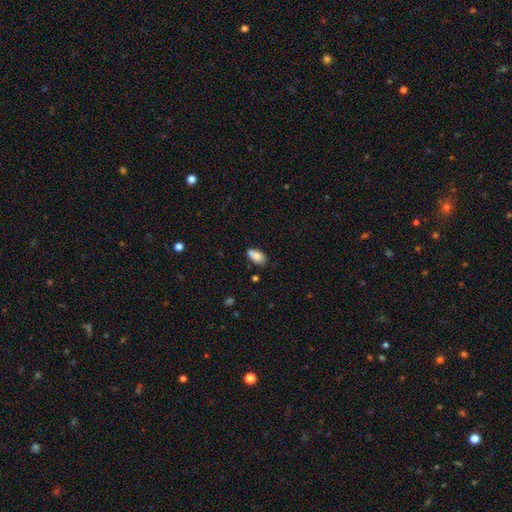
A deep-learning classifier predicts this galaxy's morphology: Smooth or featured: smooth — 81% (featured or disk — 11%)
How rounded: in between — 90% (round — 6%)
Merging: none — 53% (merger — 21%)